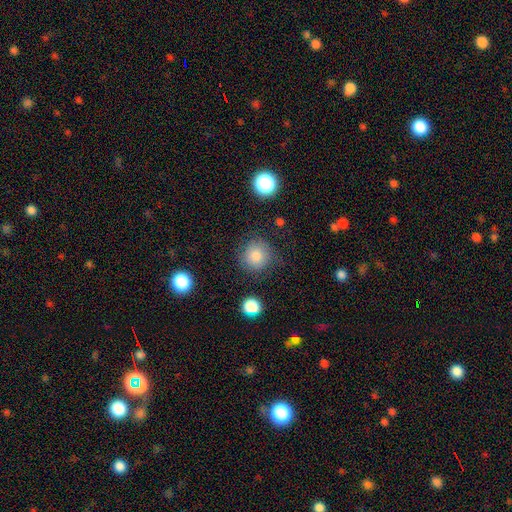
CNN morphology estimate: This is clearly a smooth galaxy (81%). How rounded: clearly round (92%). Merging: clearly none (82%).